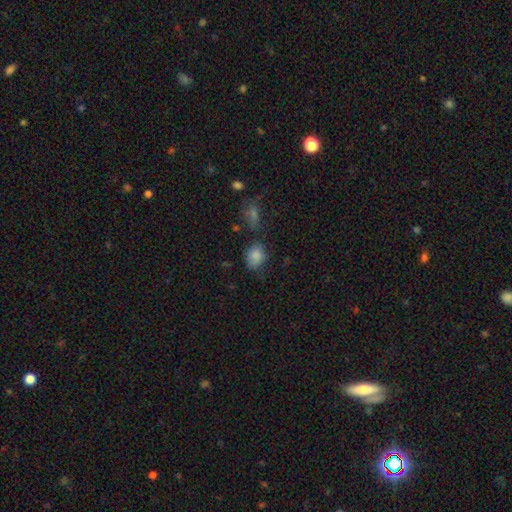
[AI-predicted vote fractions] Smooth or featured? smooth (84%)
How rounded? in between (60%)
Merging? none (64%)